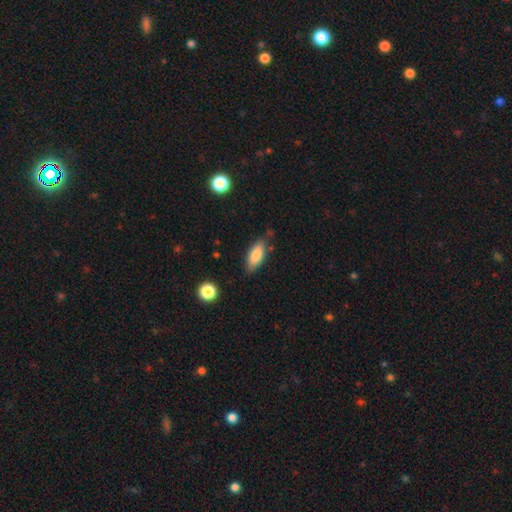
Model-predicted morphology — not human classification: The model was most divided on "merging": none: 76%, minor disturbance: 17%, major disturbance: 3%, merger: 3%. More confident: smooth or featured — smooth (82%); how rounded — in between (80%).